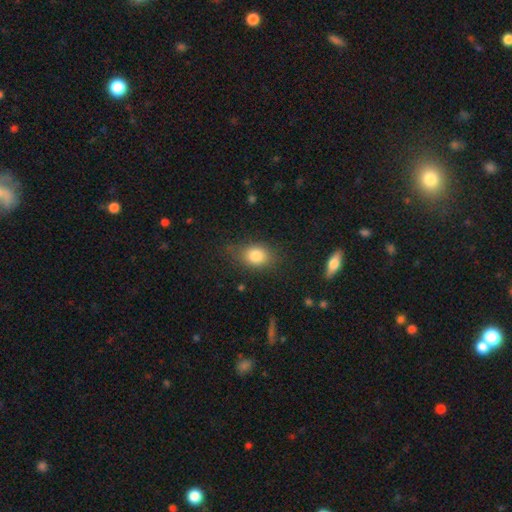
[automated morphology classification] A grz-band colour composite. It shows a smooth galaxy with no disk features (82%) that is in between round and cigar-shaped (65%). Merging: none (74%).